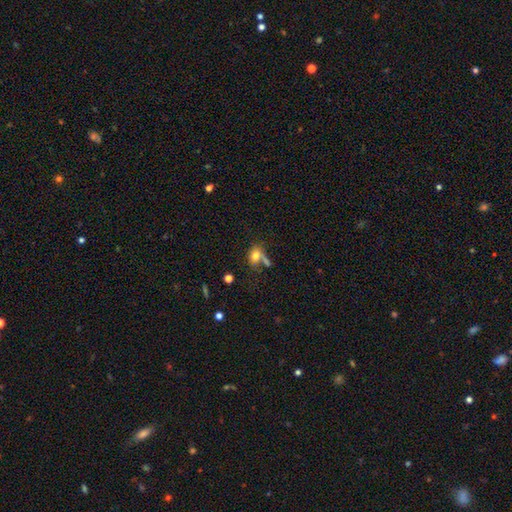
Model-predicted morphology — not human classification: smooth_or_featured: smooth (p=0.75) [alt: featured or disk p=0.13]
how_rounded: in between (p=0.58) [alt: round p=0.40]
merging: none (p=0.45) [alt: merger p=0.27]